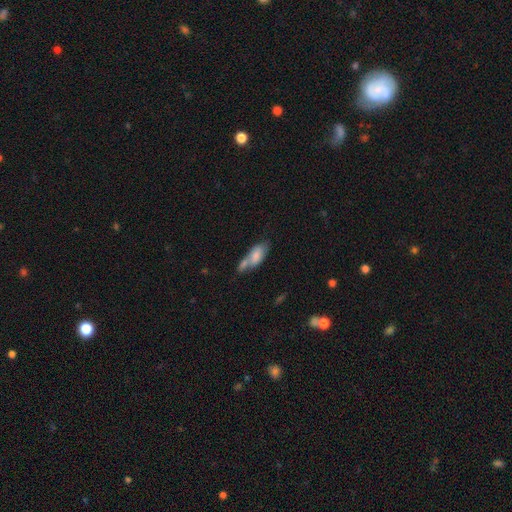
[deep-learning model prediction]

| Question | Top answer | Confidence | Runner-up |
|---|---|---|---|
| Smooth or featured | smooth | 74% | featured or disk (19%) |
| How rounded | in between | 82% | cigar-shaped (16%) |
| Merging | merger | 47% | none (28%) |